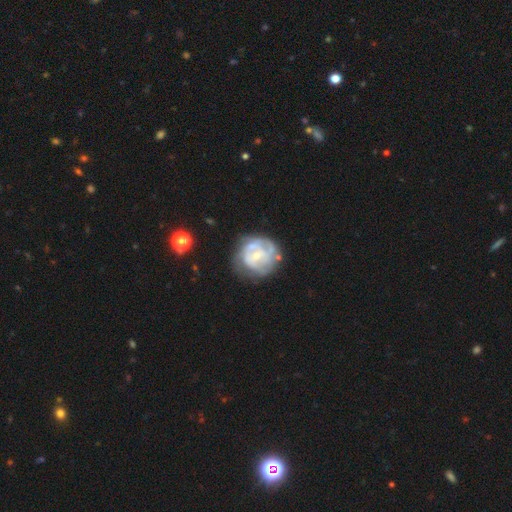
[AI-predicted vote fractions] Smooth or featured?
  - featured or disk: 72% *
  - smooth: 22%
  - star or artifact: 6%
Edge-on disk?
  - no: 98% *
  - yes: 2%
Bar?
  - no: 66% *
  - weak: 29%
  - strong: 6%
Spiral arms?
  - yes: 68% *
  - no: 32%
Bulge size?
  - small: 64% *
  - moderate: 28%
  - none: 6%
  - large: 2%
  - dominant: 1%
Merging?
  - none: 56% *
  - minor disturbance: 24%
  - major disturbance: 15%
  - merger: 5%